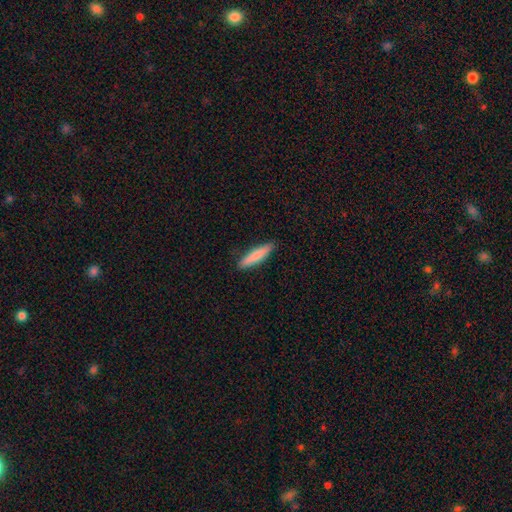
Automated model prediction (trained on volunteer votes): Smooth or featured? smooth (82%)
How rounded? cigar-shaped (86%)
Merging? none (90%)